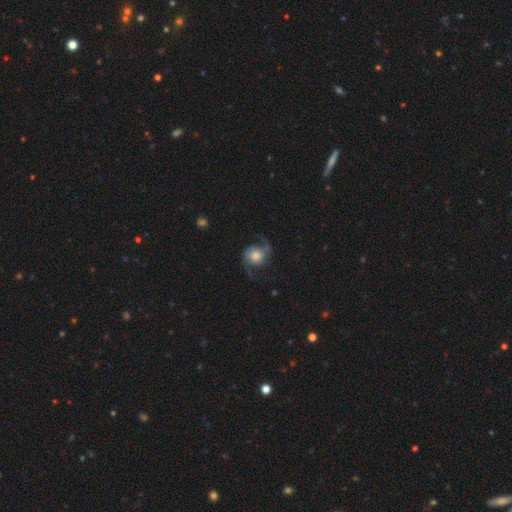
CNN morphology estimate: The model was most divided on "bulge size": large: 36%, moderate: 35%, small: 13%, dominant: 10%, none: 7%. More confident: edge-on disk — no (98%); spiral arms — yes (96%); spiral arm count — 2 (92%); smooth or featured — featured or disk (77%); bar — no (72%); merging — none (72%); spiral winding — loose (56%).